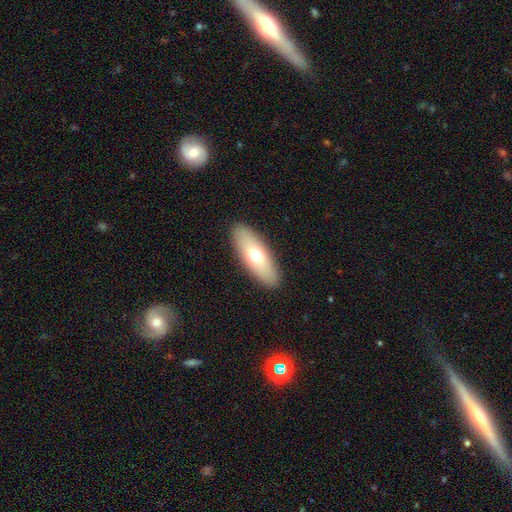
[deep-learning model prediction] Smooth or featured? Predicted: smooth (p=0.66). How rounded? Predicted: in between (p=0.70). Merging? Predicted: none (p=0.90).